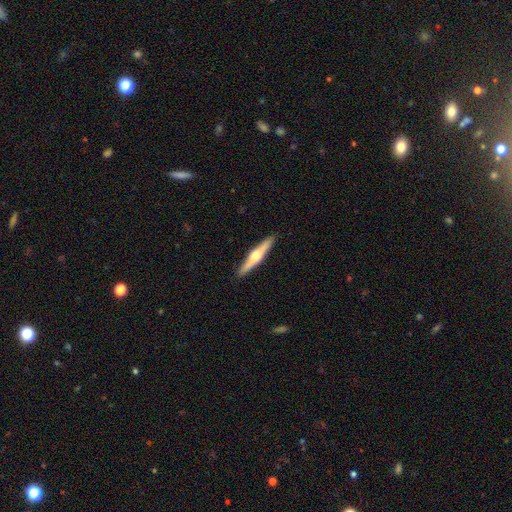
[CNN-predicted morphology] A featured or disk galaxy (62%) viewed edge-on (97%) with a rounded central bulge (93%). Merging: none (91%).